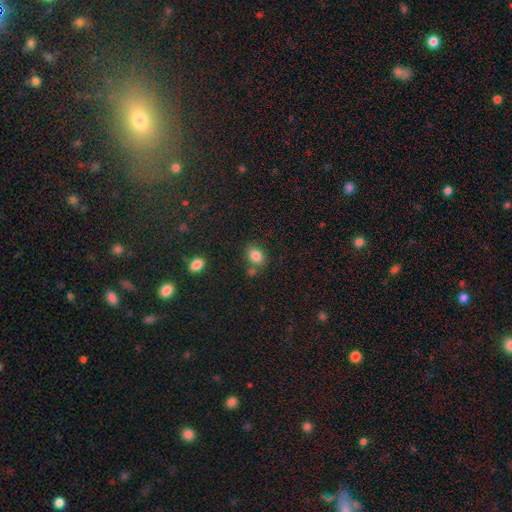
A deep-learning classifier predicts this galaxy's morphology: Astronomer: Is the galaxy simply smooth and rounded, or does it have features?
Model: smooth — 84%.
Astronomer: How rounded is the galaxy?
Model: in between — 63%.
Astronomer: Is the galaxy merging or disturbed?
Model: none — 66%.